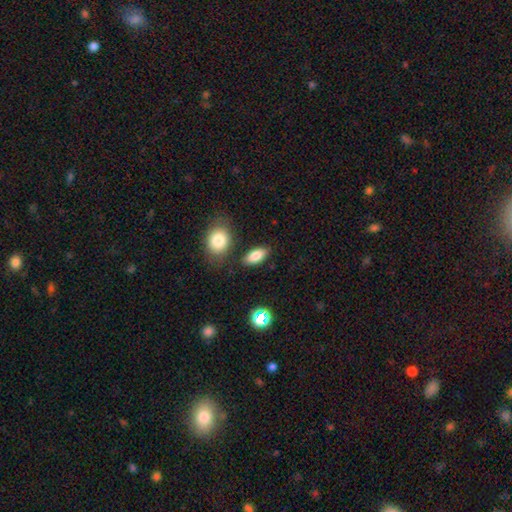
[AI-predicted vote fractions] Q: Smooth or featured?
A: smooth (83%); runner-up: featured or disk (9%)
Q: How rounded?
A: in between (87%); runner-up: cigar-shaped (8%)
Q: Merging?
A: none (81%); runner-up: minor disturbance (11%)